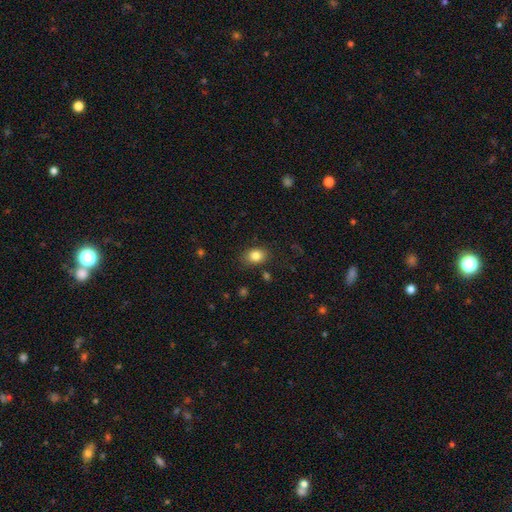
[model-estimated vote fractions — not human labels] Smooth or featured: smooth — 84% (star or artifact — 9%)
How rounded: in between — 68% (round — 31%)
Merging: none — 83% (minor disturbance — 12%)